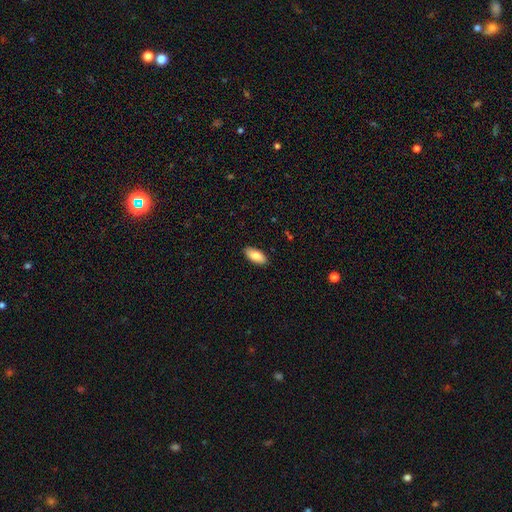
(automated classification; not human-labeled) smooth 84%, featured or disk 10%, star or artifact 6%. Down the decision tree: how rounded — in between (89%); merging — none (89%).